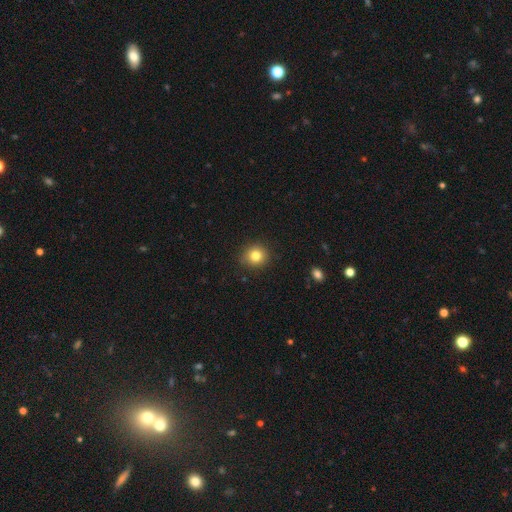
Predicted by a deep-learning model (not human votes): smooth-or-featured: smooth: 81% | star or artifact: 12% | featured or disk: 7%
  how-rounded: round: 87% | in between: 13% | cigar-shaped: 1%
  merging: none: 89% | minor disturbance: 8% | major disturbance: 2% | merger: 1%